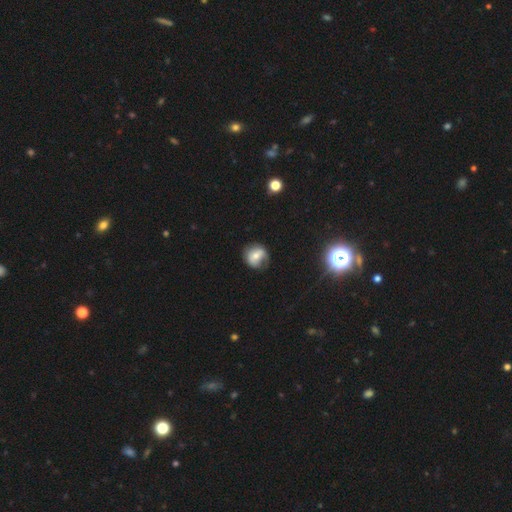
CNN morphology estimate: Smooth or featured: smooth — 51% (featured or disk — 39%)
How rounded: round — 78% (in between — 21%)
Merging: none — 60% (minor disturbance — 27%)